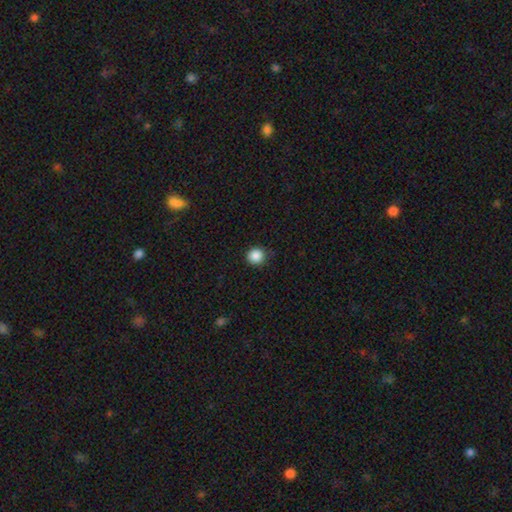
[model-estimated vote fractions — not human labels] Smooth or featured? smooth (87%)
How rounded? round (93%)
Merging? none (86%)